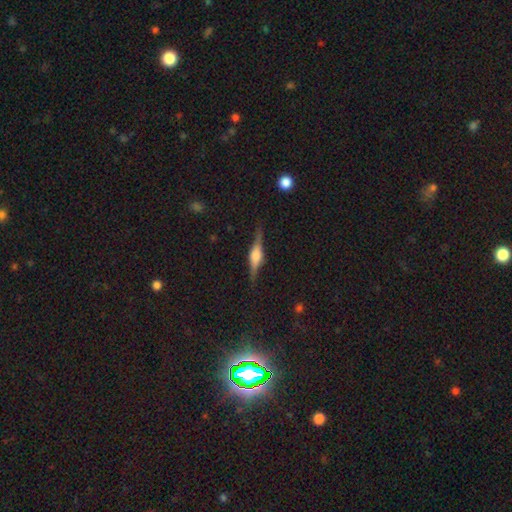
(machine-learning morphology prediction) Smooth or featured? featured or disk (76%)
Edge-on disk? yes (97%)
Edge-on bulge? rounded (78%)
Merging? none (86%)